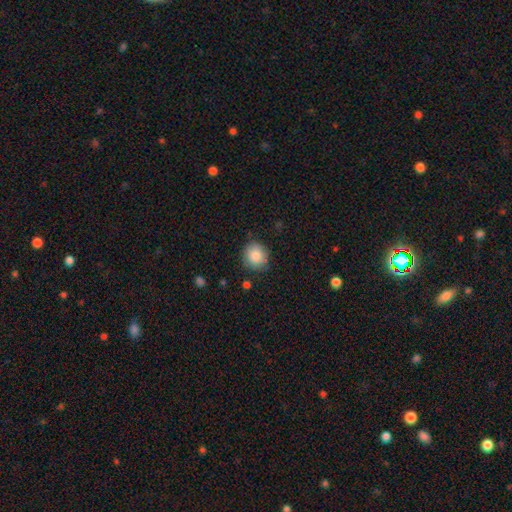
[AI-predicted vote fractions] Smooth or featured? Predicted: smooth (p=0.85). How rounded? Predicted: round (p=0.87). Merging? Predicted: none (p=0.83).